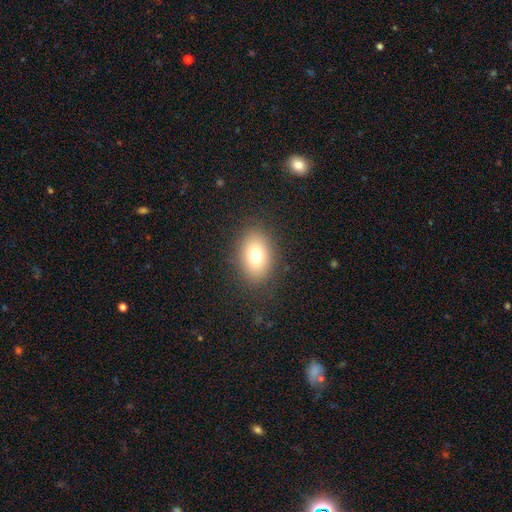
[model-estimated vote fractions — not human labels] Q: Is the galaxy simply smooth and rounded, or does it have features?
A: smooth — 75%.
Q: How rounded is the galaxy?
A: in between — 75%.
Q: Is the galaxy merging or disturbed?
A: none — 85%.